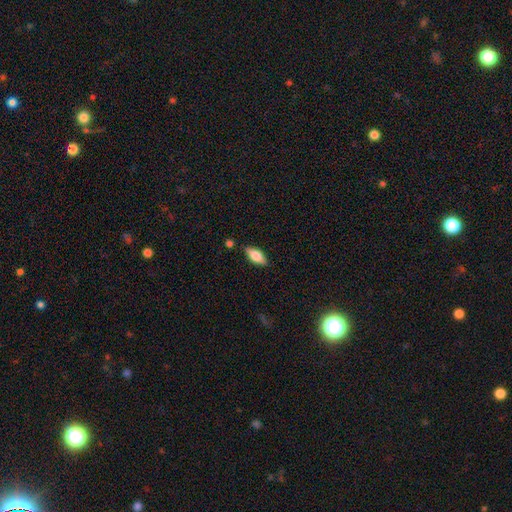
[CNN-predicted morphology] This appears to be a smooth galaxy with no disk features (74%) that is in between round and cigar-shaped (80%). Merging: none (82%).